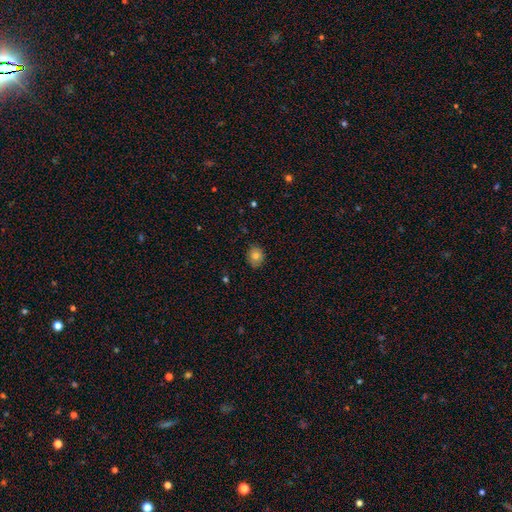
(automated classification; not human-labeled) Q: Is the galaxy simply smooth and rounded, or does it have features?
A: smooth — 77%.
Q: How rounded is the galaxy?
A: round — 64%.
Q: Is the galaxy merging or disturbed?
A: none — 84%.